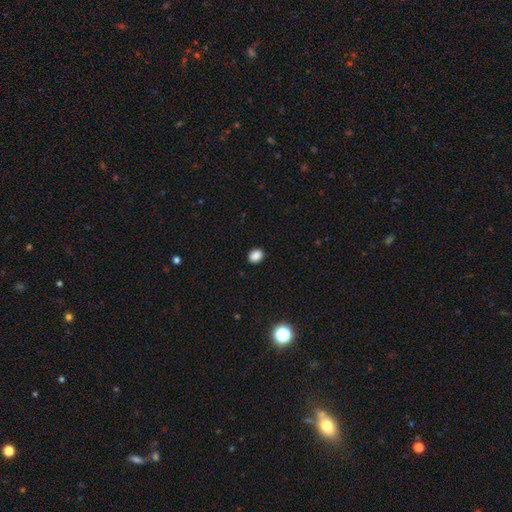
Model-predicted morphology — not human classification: Smooth or featured? Predicted: smooth (p=0.87). How rounded? Predicted: round (p=0.54). Merging? Predicted: none (p=0.91).